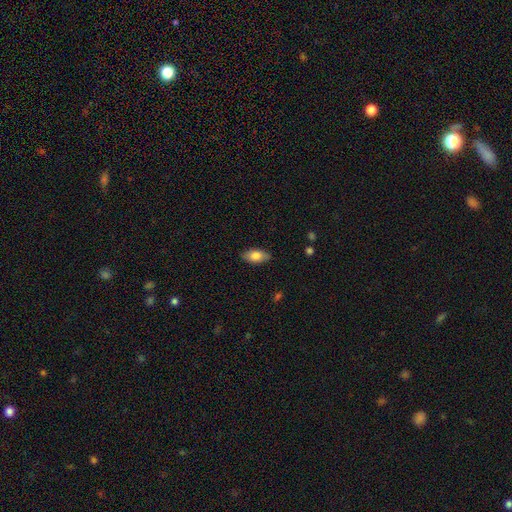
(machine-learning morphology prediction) This appears to be a smooth galaxy with no disk features (78%) that is in between round and cigar-shaped (91%). Merging: none (86%).